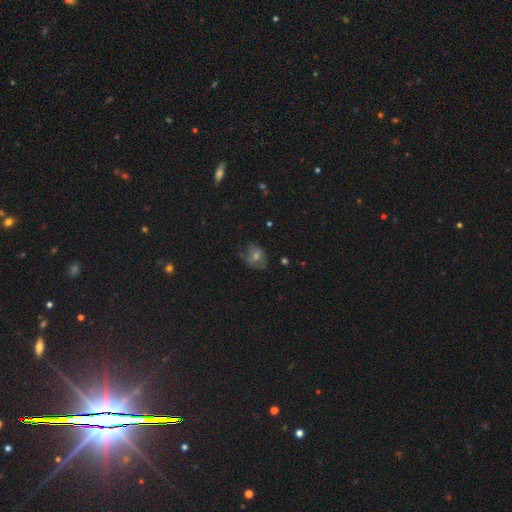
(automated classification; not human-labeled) The model was most divided on "smooth or featured": featured or disk: 40%, smooth: 39%, star or artifact: 21%. More confident: merging — none (64%).